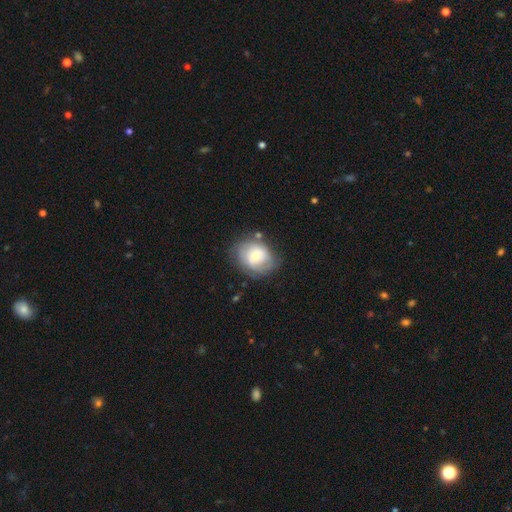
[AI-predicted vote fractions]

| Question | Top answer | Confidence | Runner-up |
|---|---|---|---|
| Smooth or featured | smooth | 48% | featured or disk (44%) |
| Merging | none | 63% | minor disturbance (23%) |